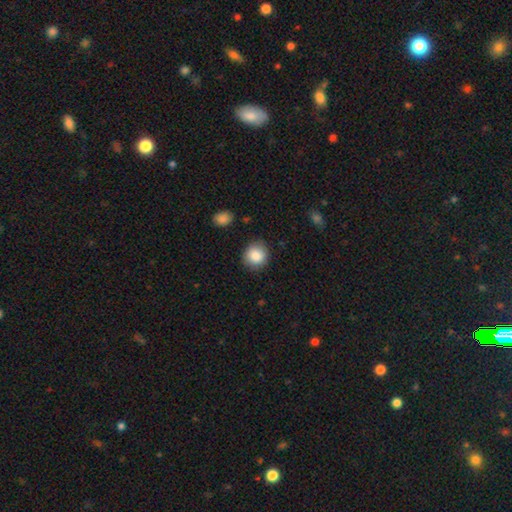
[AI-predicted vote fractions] Smooth or featured: smooth — 86% (star or artifact — 8%)
How rounded: round — 84% (in between — 15%)
Merging: none — 85% (minor disturbance — 11%)